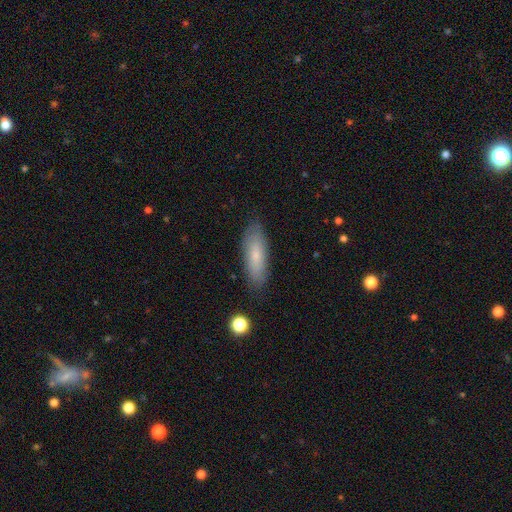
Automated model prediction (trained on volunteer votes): Q: Smooth or featured?
A: smooth (70%); runner-up: featured or disk (23%)
Q: How rounded?
A: in between (56%); runner-up: cigar-shaped (42%)
Q: Merging?
A: none (83%); runner-up: minor disturbance (12%)